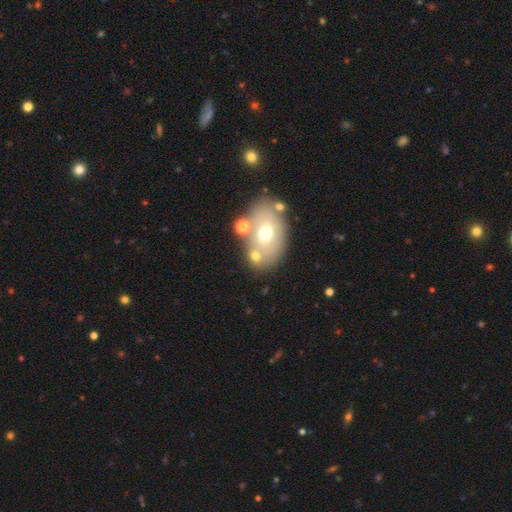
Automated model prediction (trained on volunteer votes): Overall: smooth (58%; featured or disk 29%). How rounded: in between (78%). Merging: none (63%).